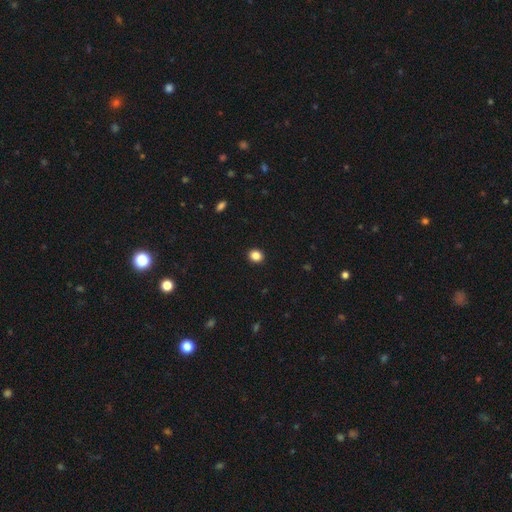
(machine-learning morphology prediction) smooth 86%, star or artifact 11%, featured or disk 3%. Down the decision tree: how rounded — round (71%); merging — none (92%).